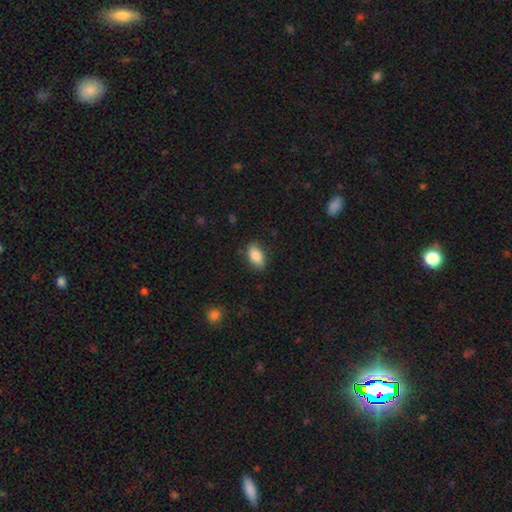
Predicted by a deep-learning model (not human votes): A smooth galaxy with no disk features (84%) that is in between round and cigar-shaped (90%).

Vote fractions:
- Smooth or featured? smooth: 84% / featured or disk: 9% / star or artifact: 7%
- How rounded? in between: 90% / cigar-shaped: 5% / round: 4%
- Merging? none: 84% / minor disturbance: 13% / major disturbance: 3% / merger: 1%